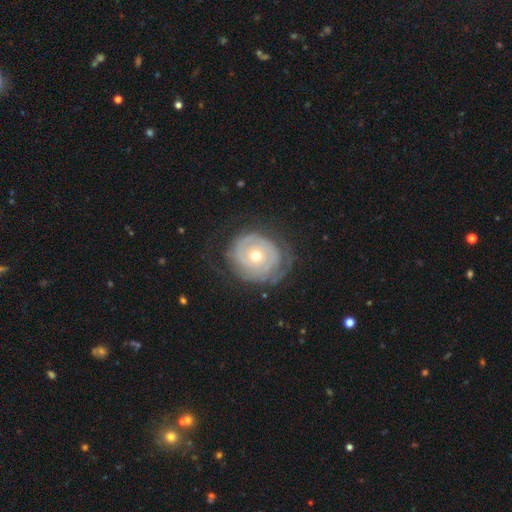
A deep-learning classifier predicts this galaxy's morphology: featured or disk 71%, smooth 23%, star or artifact 6%. Down the decision tree: edge-on disk — no (97%); bar — no (85%); spiral arms — yes (73%); bulge size — moderate (58%); merging — none (63%).